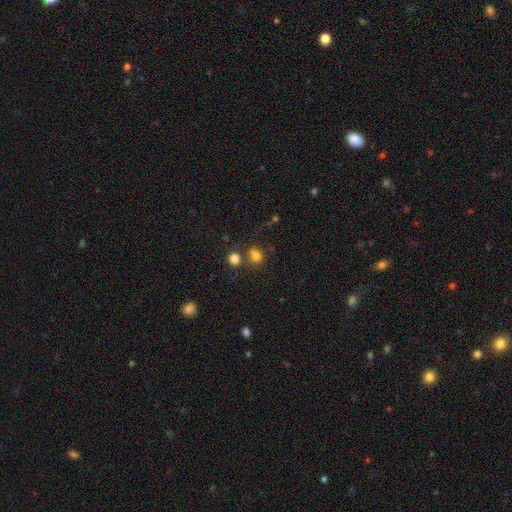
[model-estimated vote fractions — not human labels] Smooth or featured? Predicted: smooth (p=0.78). How rounded? Predicted: round (p=0.62). Merging? Predicted: none (p=0.59).